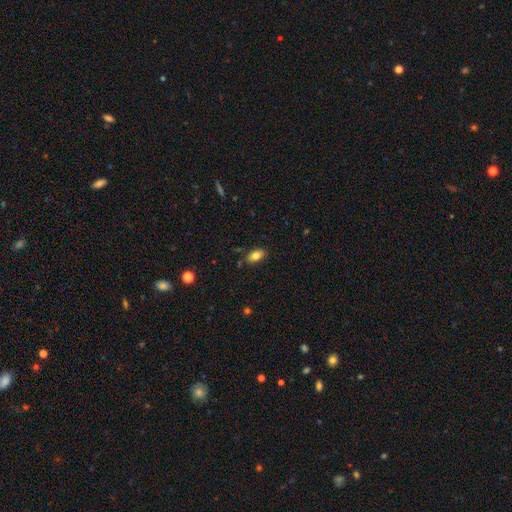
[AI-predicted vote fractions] This appears to be a smooth galaxy with no disk features (80%) that is in between round and cigar-shaped (90%). Merging: none (82%).